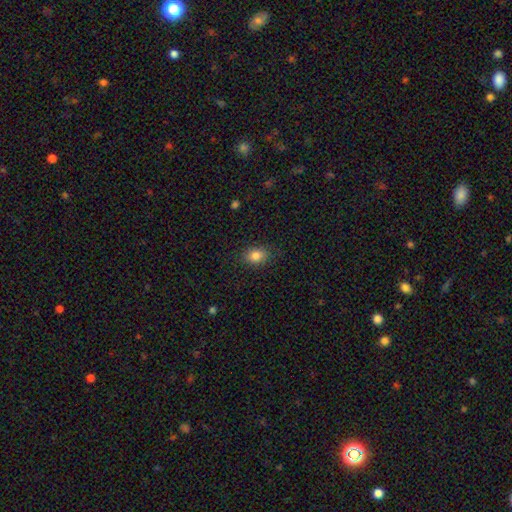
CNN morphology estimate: Smooth or featured? smooth (83%)
How rounded? in between (67%)
Merging? none (86%)